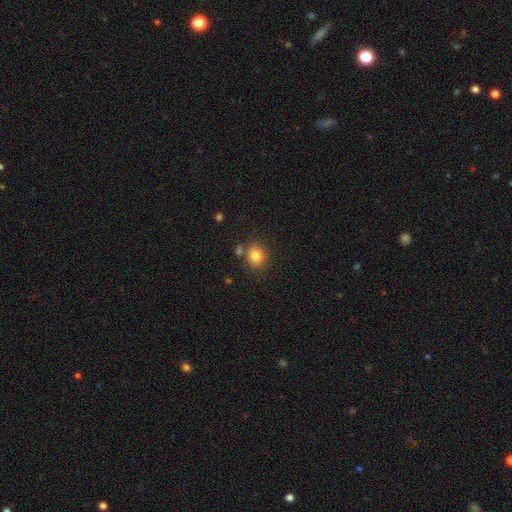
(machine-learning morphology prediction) The model was most divided on "how rounded": round: 72%, in between: 27%, cigar-shaped: 1%. More confident: smooth or featured — smooth (83%); merging — none (75%).